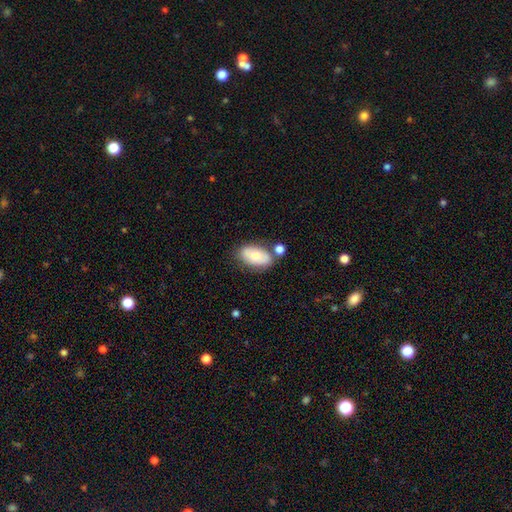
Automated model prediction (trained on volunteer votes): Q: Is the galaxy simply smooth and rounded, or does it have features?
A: smooth — 66%.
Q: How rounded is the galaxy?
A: in between — 92%.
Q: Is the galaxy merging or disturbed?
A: none — 65%.